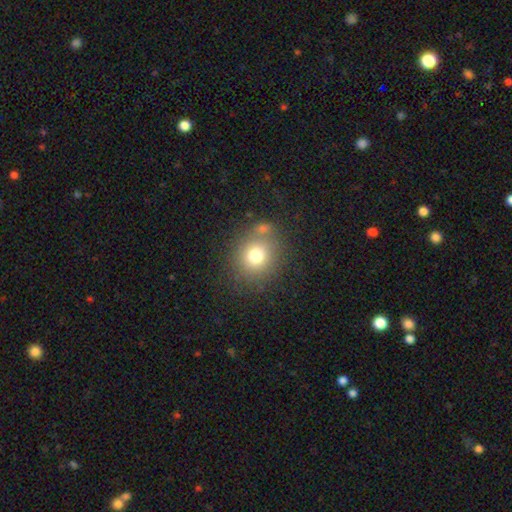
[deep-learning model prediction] Morphology: type=smooth (74%); roundness=round (79%); merging=none (70%).